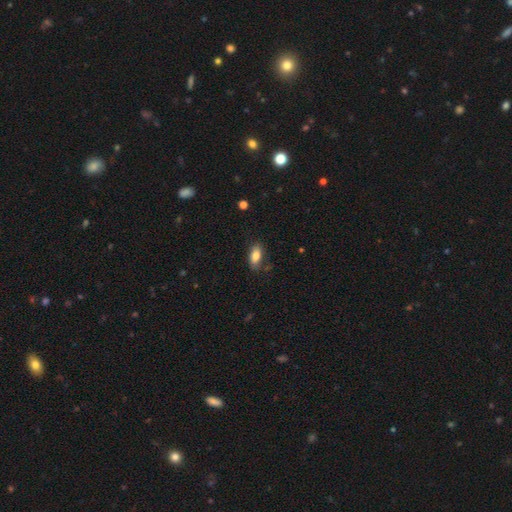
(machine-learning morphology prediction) smooth_or_featured: smooth (p=0.82) [alt: featured or disk p=0.11]
how_rounded: in between (p=0.87) [alt: cigar-shaped p=0.10]
merging: none (p=0.78) [alt: minor disturbance p=0.16]